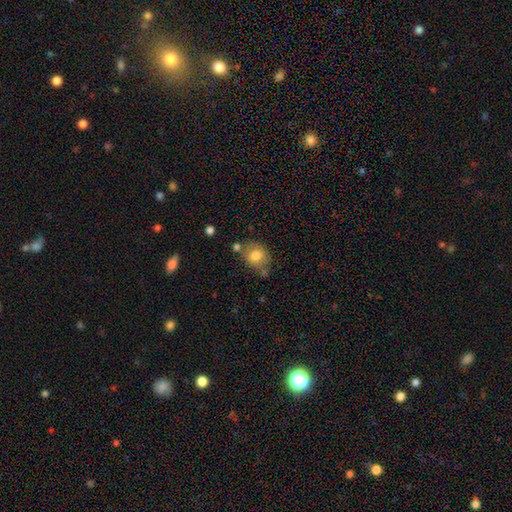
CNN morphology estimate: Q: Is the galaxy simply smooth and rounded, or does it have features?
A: smooth — 73%.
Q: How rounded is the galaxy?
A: round — 54%.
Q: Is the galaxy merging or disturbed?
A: none — 62%.